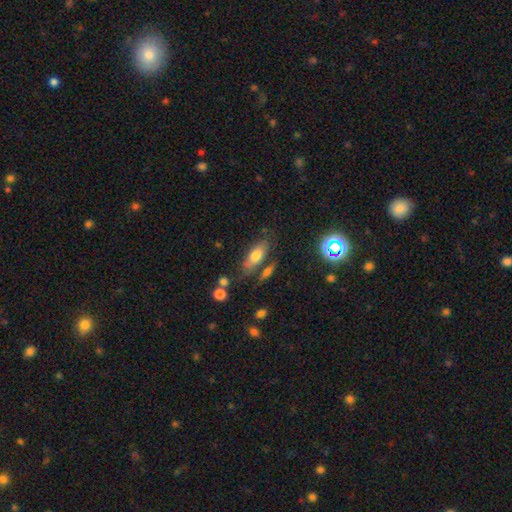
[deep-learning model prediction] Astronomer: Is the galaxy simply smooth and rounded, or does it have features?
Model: smooth — 68%.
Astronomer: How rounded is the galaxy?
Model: in between — 77%.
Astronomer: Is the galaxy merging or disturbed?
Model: none — 65%.